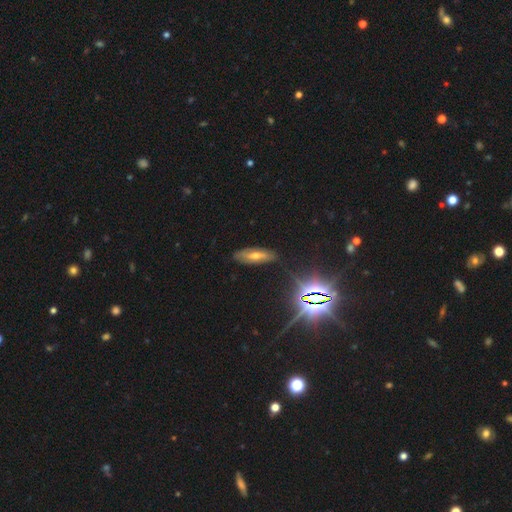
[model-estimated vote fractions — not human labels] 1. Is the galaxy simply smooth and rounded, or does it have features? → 39% featured or disk, 32% star or artifact, 30% smooth.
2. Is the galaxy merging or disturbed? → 77% none, 17% minor disturbance, 5% major disturbance, 2% merger.